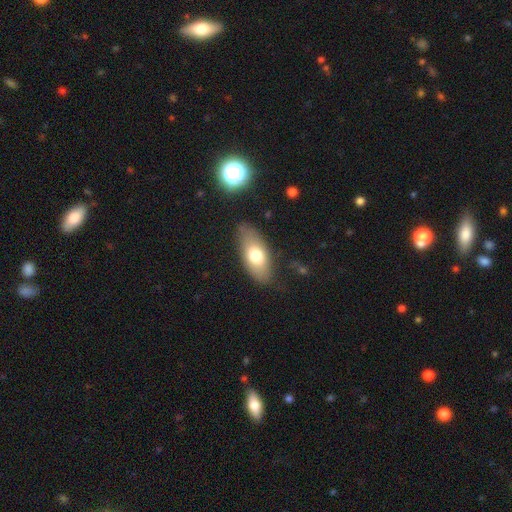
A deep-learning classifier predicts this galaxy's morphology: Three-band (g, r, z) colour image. It shows a smooth galaxy with no disk features (70%) that is in between round and cigar-shaped (87%). Merging: none (77%).